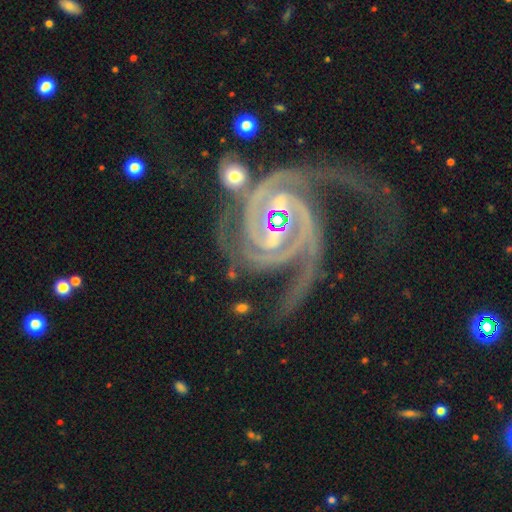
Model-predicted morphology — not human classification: Smooth or featured: featured or disk — 92% (star or artifact — 5%)
Edge-on disk: no — 98% (yes — 2%)
Bar: strong — 38% (weak — 37%)
Spiral arms: yes — 99% (no — 1%)
Spiral winding: tight — 61% (medium — 33%)
Spiral arm count: 2 — 37% (3 — 33%)
Bulge size: moderate — 50% (small — 42%)
Merging: none — 38% (major disturbance — 22%)